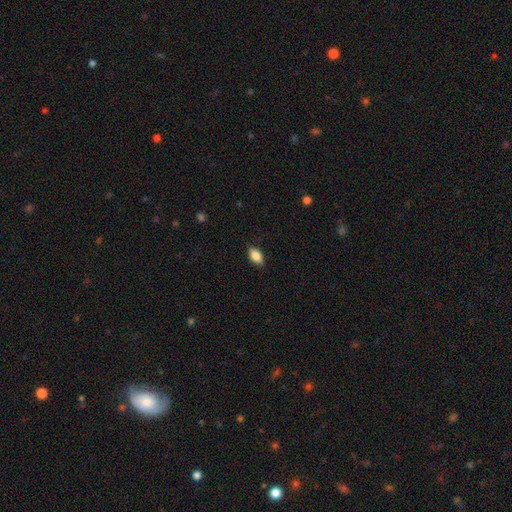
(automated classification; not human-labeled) A smooth galaxy with no disk features (87%) that is in between round and cigar-shaped (91%). Merging: none (86%).